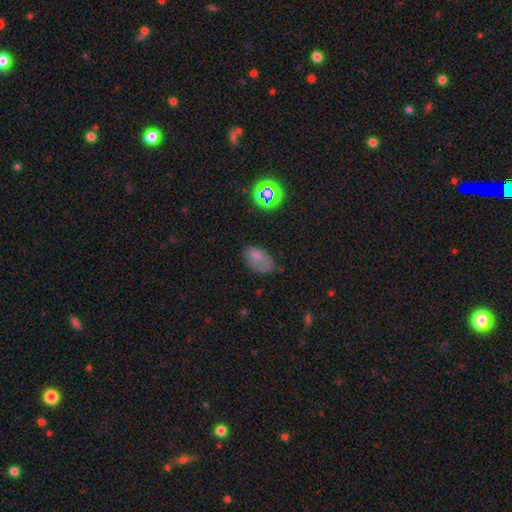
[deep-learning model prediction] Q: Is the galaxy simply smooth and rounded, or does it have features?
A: smooth — 62%.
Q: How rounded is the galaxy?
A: in between — 86%.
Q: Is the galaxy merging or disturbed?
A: none — 46%.